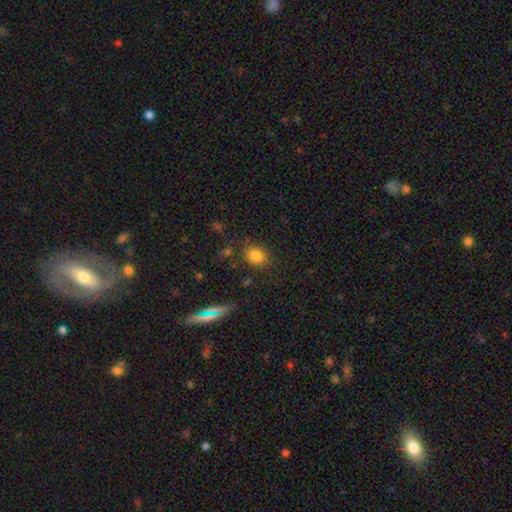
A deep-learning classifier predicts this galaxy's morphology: type=smooth (80%); roundness=in between (57%); merging=none (80%).